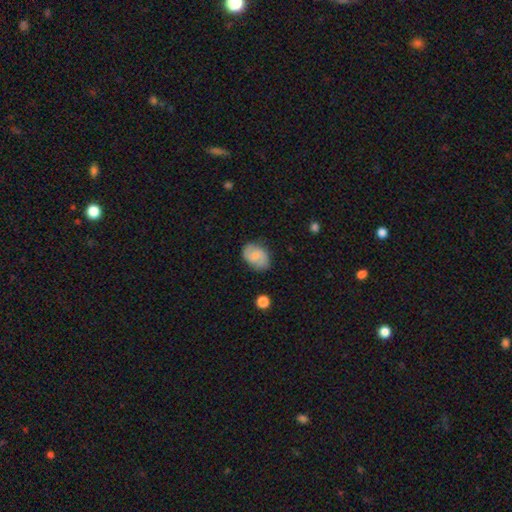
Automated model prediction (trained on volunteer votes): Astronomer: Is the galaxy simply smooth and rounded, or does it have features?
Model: smooth — 51% (runner-up: featured or disk, 41%).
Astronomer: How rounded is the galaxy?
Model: in between — 78%.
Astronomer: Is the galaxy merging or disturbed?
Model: none — 75%.